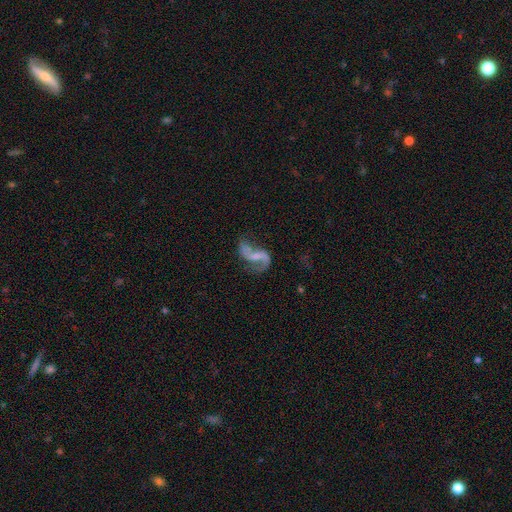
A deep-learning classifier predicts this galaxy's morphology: type=featured or disk (84%); edge-on=no (98%); bar=weak (44%); spiral arms=yes (92%); winding=loose (76%); arm count=2 (87%); bulge=none (45%); merging=none (54%).